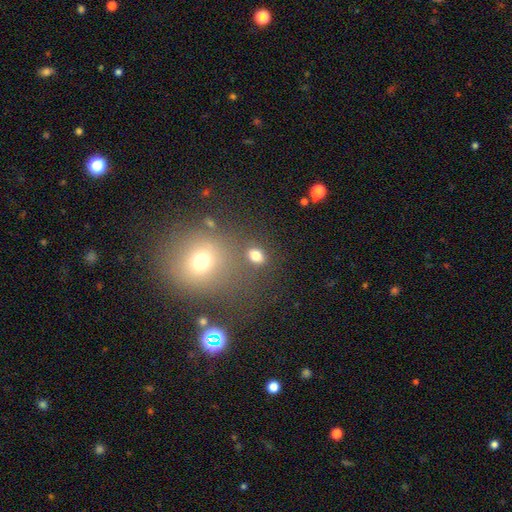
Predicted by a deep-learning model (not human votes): Q: Smooth or featured?
A: smooth (78%); runner-up: star or artifact (14%)
Q: How rounded?
A: in between (65%); runner-up: round (33%)
Q: Merging?
A: none (73%); runner-up: merger (11%)